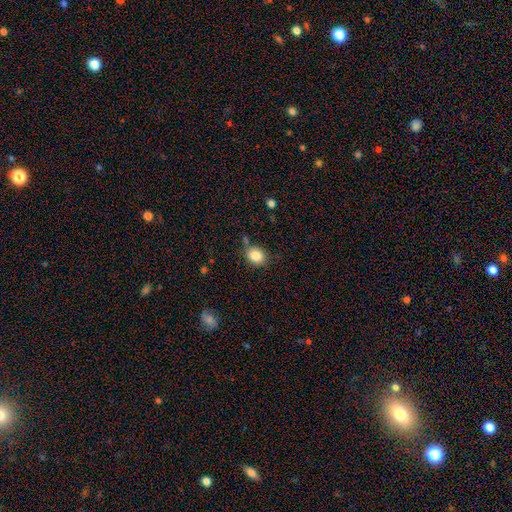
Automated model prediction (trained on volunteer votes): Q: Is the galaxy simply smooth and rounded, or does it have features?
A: smooth — 85%.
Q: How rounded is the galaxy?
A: round — 56%.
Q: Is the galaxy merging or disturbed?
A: none — 78%.